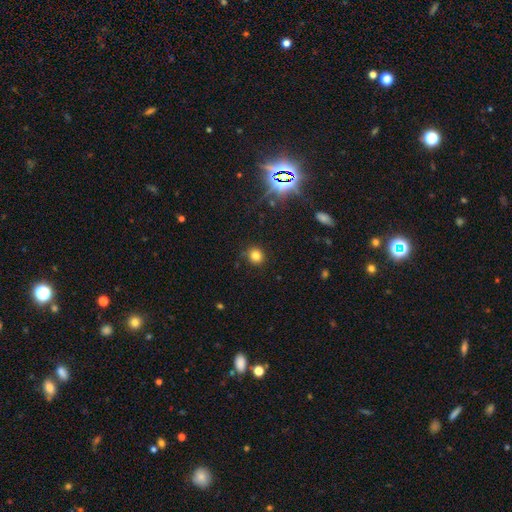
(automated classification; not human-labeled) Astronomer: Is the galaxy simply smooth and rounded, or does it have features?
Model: smooth — 79%.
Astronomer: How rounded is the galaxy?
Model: round — 88%.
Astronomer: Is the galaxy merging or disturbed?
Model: none — 86%.